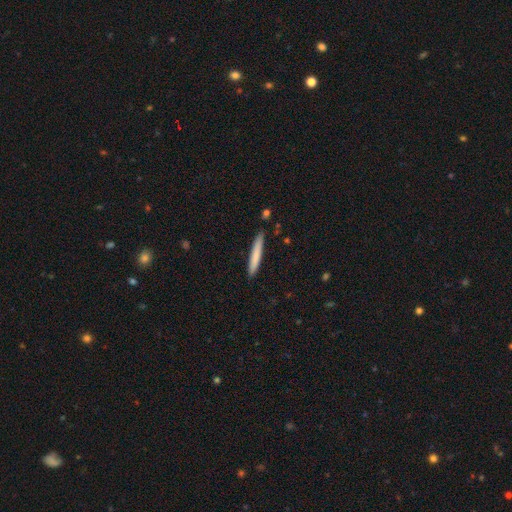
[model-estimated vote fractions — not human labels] A smooth galaxy with no disk features (77%) that is cigar-shaped (95%). Merging: none (88%).